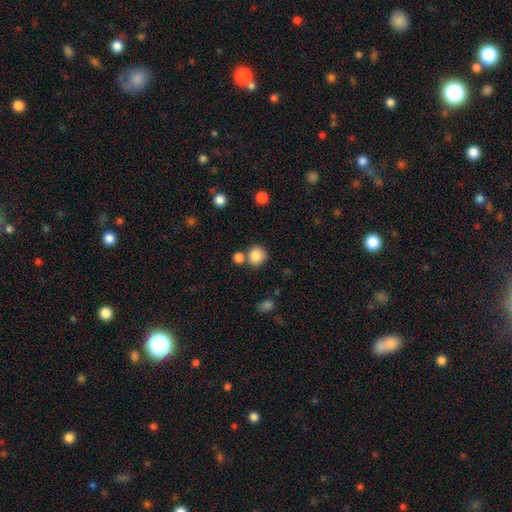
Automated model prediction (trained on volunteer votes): This appears to be a smooth galaxy with no disk features (85%) that is round (86%). Merging: none (65%).